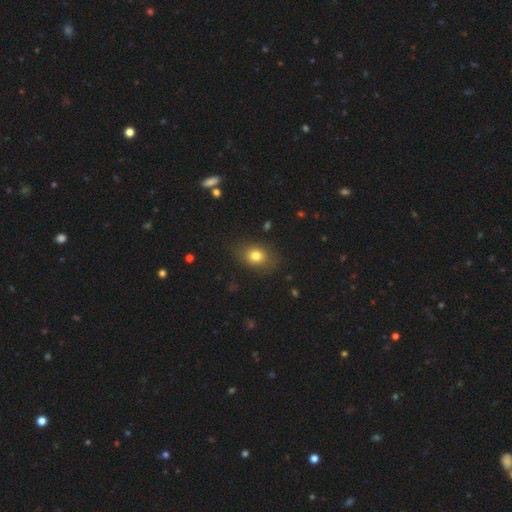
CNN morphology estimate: Smooth or featured? Predicted: smooth (p=0.78). How rounded? Predicted: in between (p=0.59). Merging? Predicted: none (p=0.82).